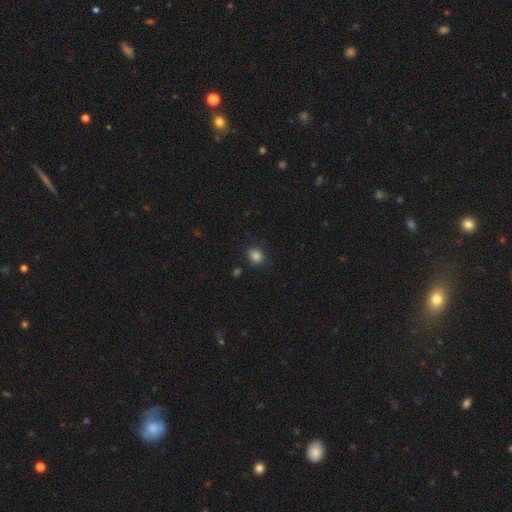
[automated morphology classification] Overall: smooth (84%). How rounded: round (61%; in between 38%). Merging: none (84%).